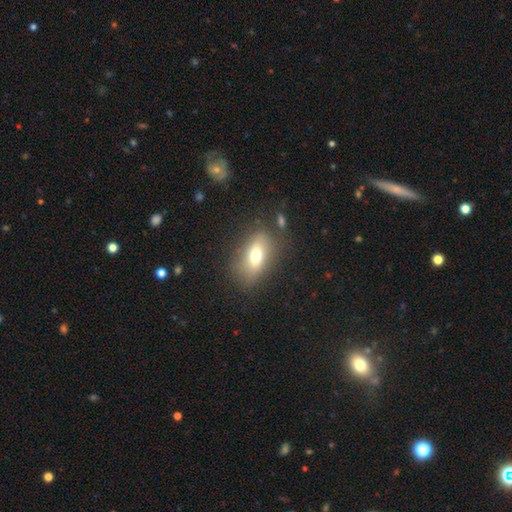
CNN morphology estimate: Q: Smooth or featured?
A: smooth (68%); runner-up: featured or disk (22%)
Q: How rounded?
A: in between (81%); runner-up: round (12%)
Q: Merging?
A: none (76%); runner-up: minor disturbance (14%)